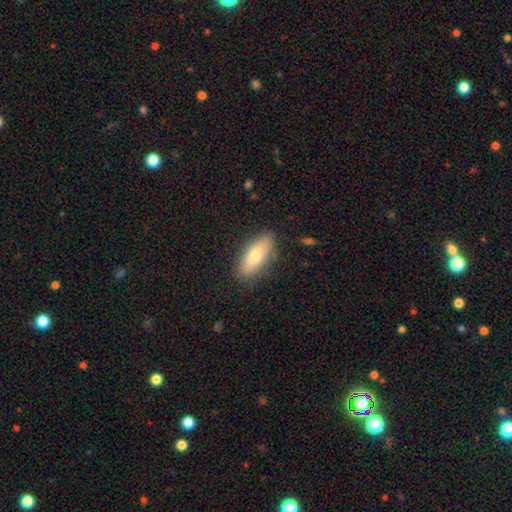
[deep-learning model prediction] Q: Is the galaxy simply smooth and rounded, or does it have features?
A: smooth — 71%.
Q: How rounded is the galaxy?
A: in between — 76%.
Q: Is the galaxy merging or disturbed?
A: none — 84%.